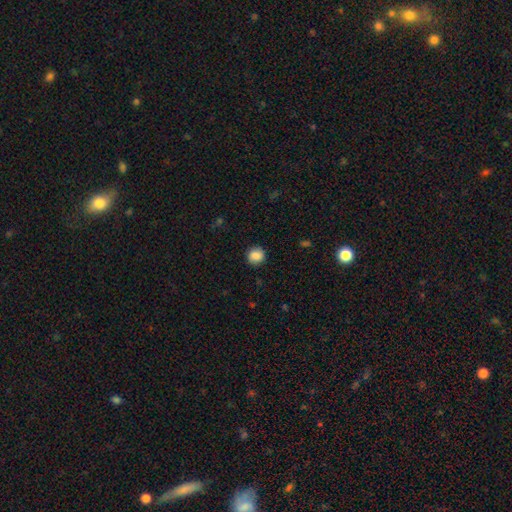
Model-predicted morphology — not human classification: type=smooth (86%); roundness=round (89%); merging=none (88%).